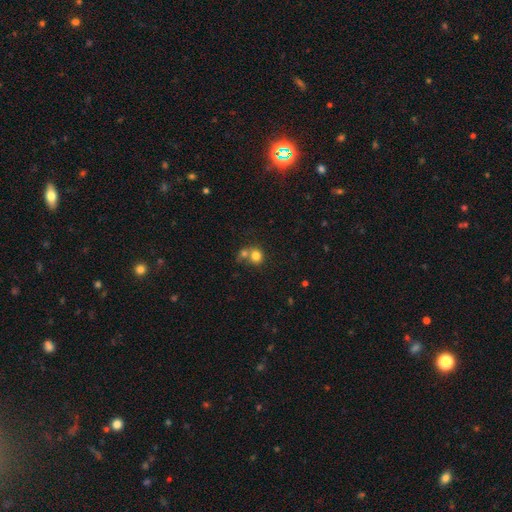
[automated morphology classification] Smooth or featured?
  - smooth: 79% *
  - star or artifact: 11%
  - featured or disk: 10%
How rounded?
  - round: 83% *
  - in between: 16%
  - cigar-shaped: 1%
Merging?
  - merger: 47% *
  - none: 41%
  - minor disturbance: 8%
  - major disturbance: 4%